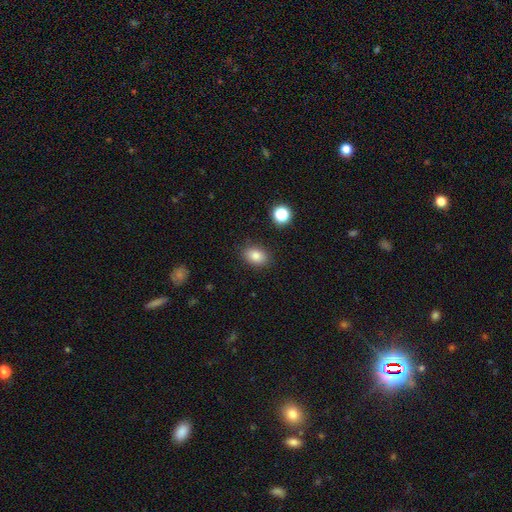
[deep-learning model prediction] A smooth galaxy with no disk features (82%) that is in between round and cigar-shaped (79%). Merging: none (87%).